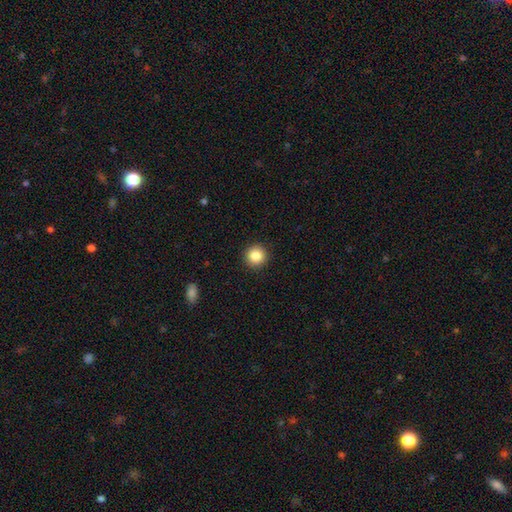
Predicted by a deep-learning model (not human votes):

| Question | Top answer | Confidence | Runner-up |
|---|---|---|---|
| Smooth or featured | smooth | 86% | star or artifact (10%) |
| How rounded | round | 95% | in between (4%) |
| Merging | none | 93% | minor disturbance (5%) |